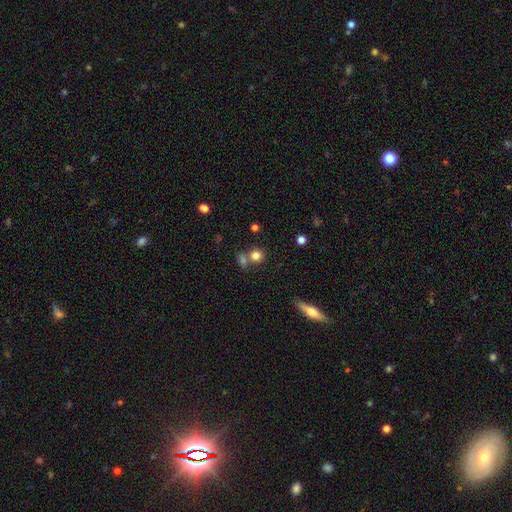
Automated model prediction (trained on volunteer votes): Smooth or featured? smooth (78%)
How rounded? round (85%)
Merging? none (56%)